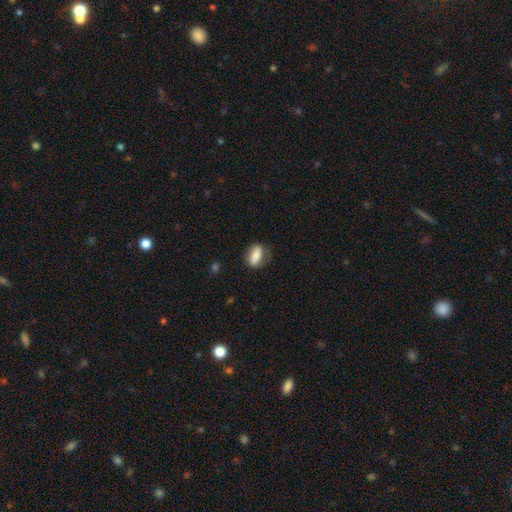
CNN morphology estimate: Q: Smooth or featured?
A: smooth (76%); runner-up: featured or disk (16%)
Q: How rounded?
A: in between (77%); runner-up: cigar-shaped (13%)
Q: Merging?
A: none (68%); runner-up: minor disturbance (22%)